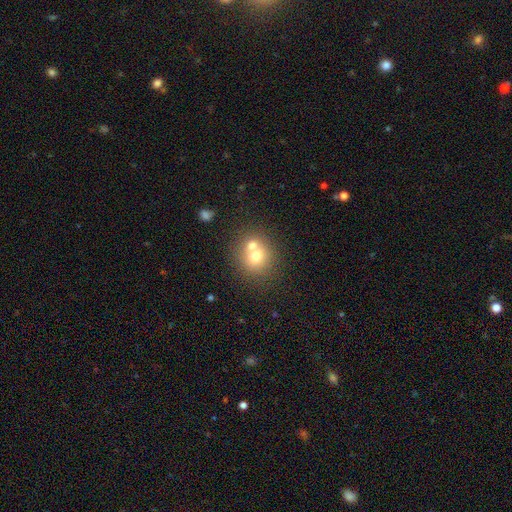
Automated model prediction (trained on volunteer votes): smooth 68%, featured or disk 20%, star or artifact 12%. Down the decision tree: how rounded — round (83%); merging — merger (48%).